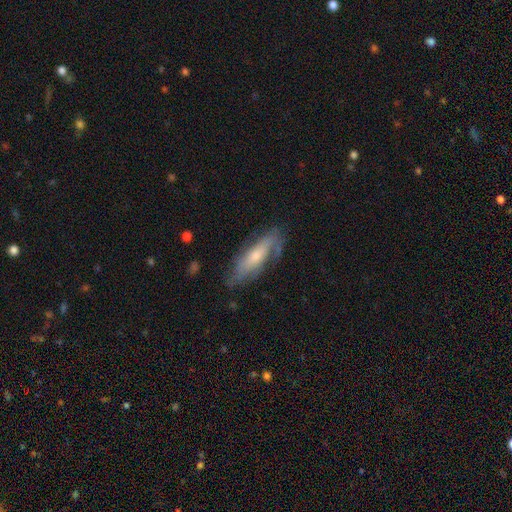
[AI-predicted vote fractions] This is possibly a featured or disk galaxy (55%). It is likely not viewed edge-on (63%). Merging: likely none (67%).